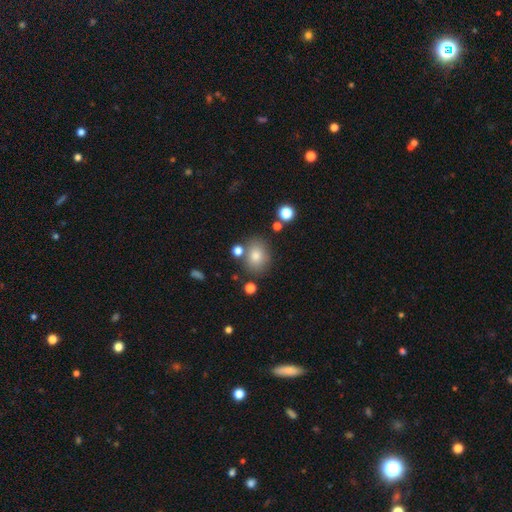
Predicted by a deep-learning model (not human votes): smooth_or_featured: smooth (p=0.79) [alt: star or artifact p=0.11]
how_rounded: round (p=0.55) [alt: in between p=0.44]
merging: none (p=0.75) [alt: minor disturbance p=0.12]